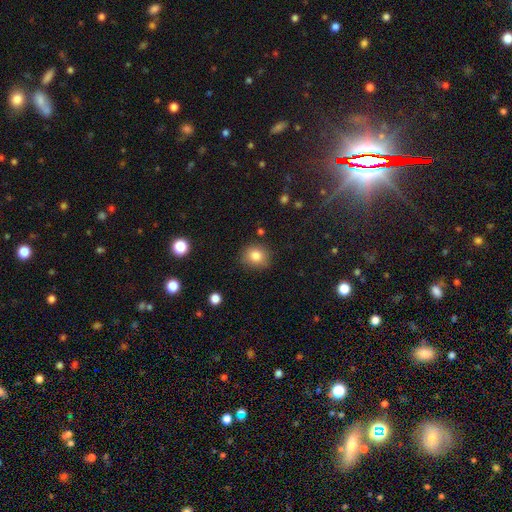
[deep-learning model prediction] smooth-or-featured: smooth: 83% | star or artifact: 10% | featured or disk: 7%
  how-rounded: round: 76% | in between: 23% | cigar-shaped: 1%
  merging: none: 84% | minor disturbance: 12% | major disturbance: 3% | merger: 2%